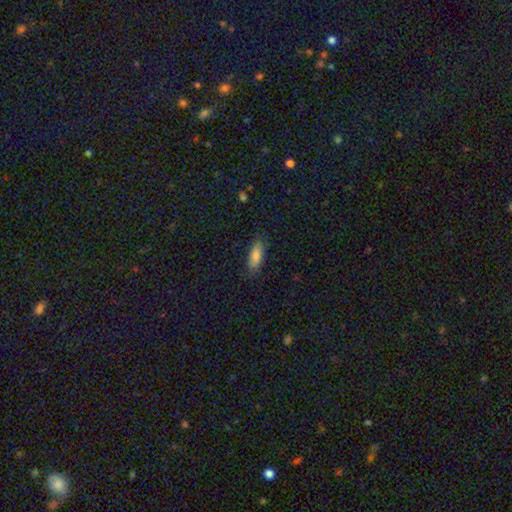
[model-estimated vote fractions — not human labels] Smooth or featured?
  - smooth: 83% *
  - featured or disk: 10%
  - star or artifact: 8%
How rounded?
  - in between: 67% *
  - cigar-shaped: 31%
  - round: 2%
Merging?
  - none: 84% *
  - minor disturbance: 12%
  - major disturbance: 3%
  - merger: 1%